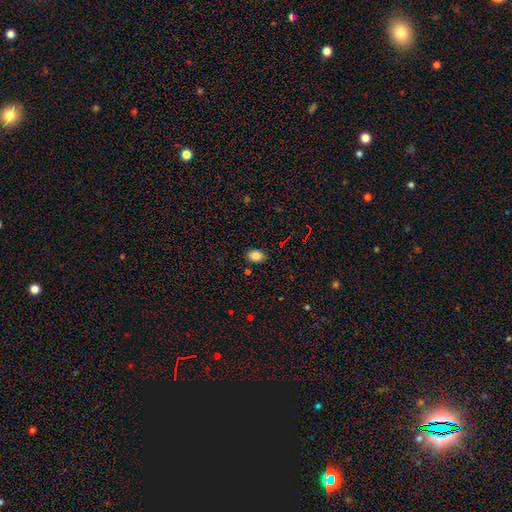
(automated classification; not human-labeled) Overall: smooth (82%). How rounded: in between (73%). Merging: none (87%).